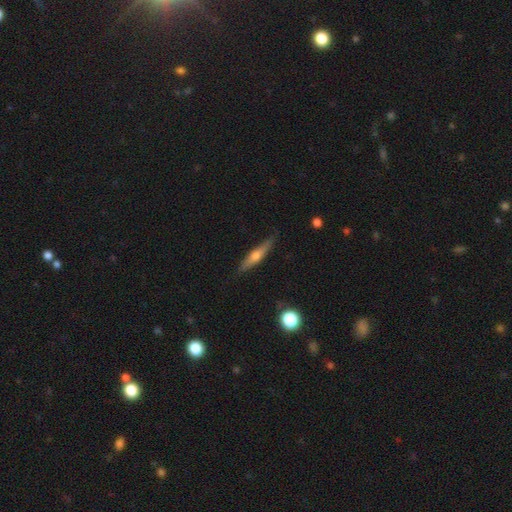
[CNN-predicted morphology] A featured or disk galaxy (54%) viewed edge-on (94%) with a rounded central bulge (89%).

Vote fractions:
- Smooth or featured? featured or disk: 54% / smooth: 40% / star or artifact: 6%
- Edge-on disk? yes: 94% / no: 6%
- Edge-on bulge? rounded: 89% / none: 7% / boxy: 4%
- Merging? none: 86% / minor disturbance: 11% / major disturbance: 2% / merger: 1%